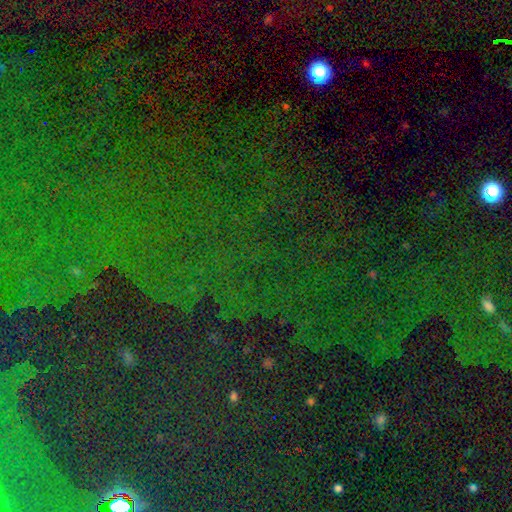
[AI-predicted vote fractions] A star or artifact, not a galaxy (79%).